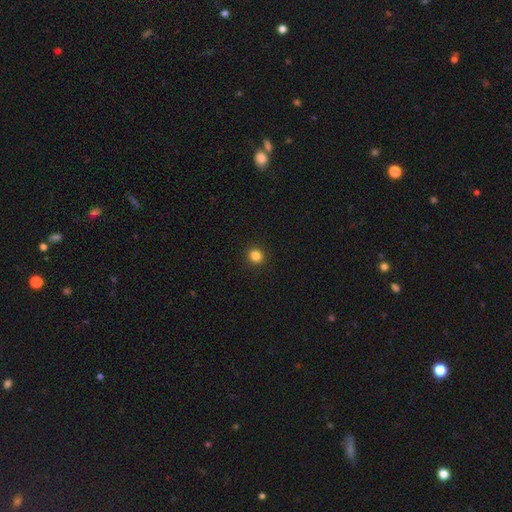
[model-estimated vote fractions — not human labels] Q: Smooth or featured?
A: smooth (84%); runner-up: star or artifact (12%)
Q: How rounded?
A: round (87%); runner-up: in between (12%)
Q: Merging?
A: none (92%); runner-up: minor disturbance (5%)